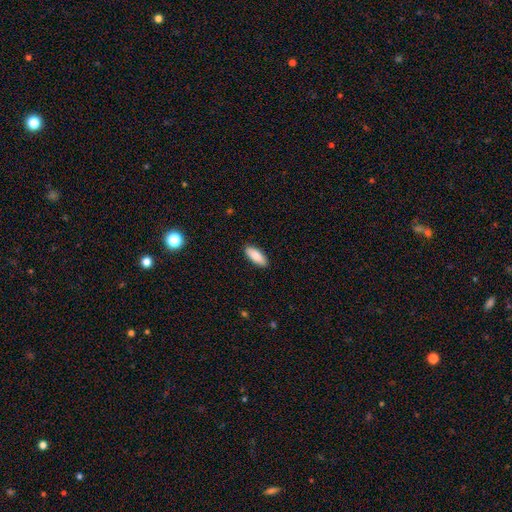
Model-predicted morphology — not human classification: smooth-or-featured: smooth: 87% | featured or disk: 7% | star or artifact: 6%
  how-rounded: in between: 74% | cigar-shaped: 25% | round: 2%
  merging: none: 89% | minor disturbance: 8% | major disturbance: 2% | merger: 1%